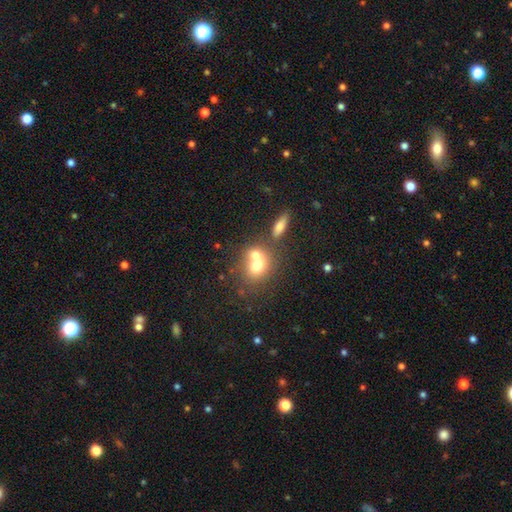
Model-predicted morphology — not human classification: Smooth or featured? smooth (67%)
How rounded? round (60%)
Merging? merger (60%)